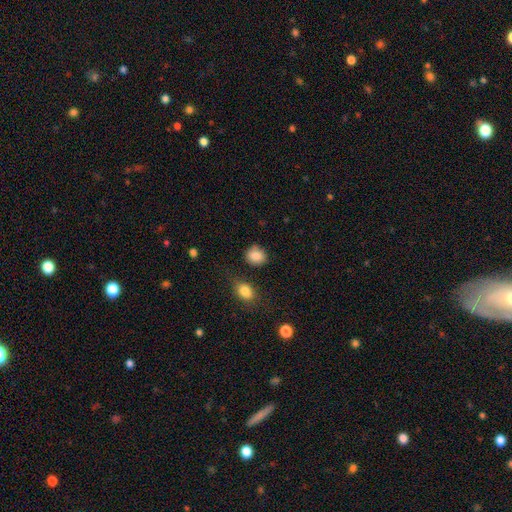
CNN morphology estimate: smooth-or-featured: smooth: 87% | star or artifact: 9% | featured or disk: 5%
  how-rounded: round: 60% | in between: 38% | cigar-shaped: 1%
  merging: none: 72% | minor disturbance: 17% | merger: 6% | major disturbance: 5%